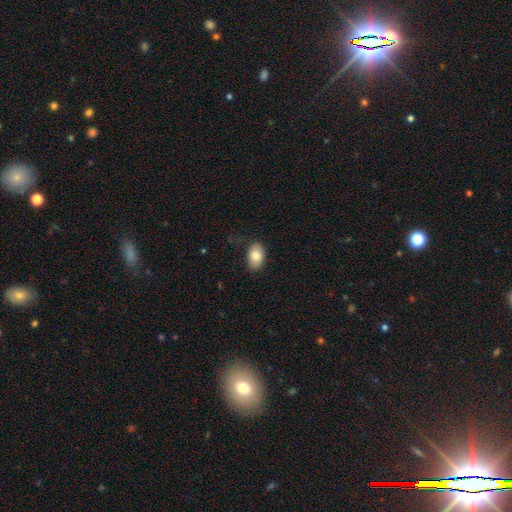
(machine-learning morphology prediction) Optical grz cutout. It shows a smooth galaxy with no disk features (83%) that is in between round and cigar-shaped (90%). Merging: none (82%).